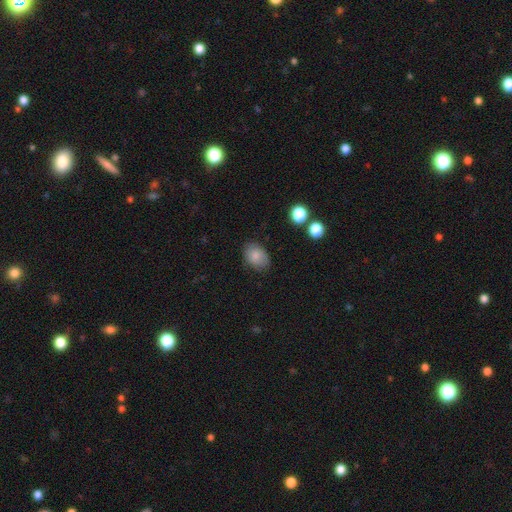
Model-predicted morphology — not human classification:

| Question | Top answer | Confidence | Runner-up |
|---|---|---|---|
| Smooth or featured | smooth | 81% | featured or disk (10%) |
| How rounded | in between | 76% | round (23%) |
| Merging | none | 79% | minor disturbance (16%) |